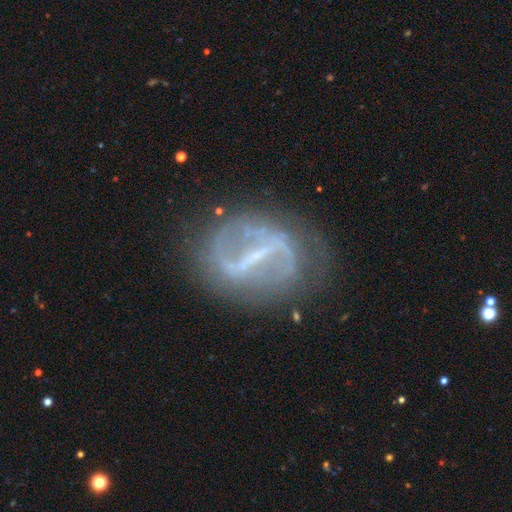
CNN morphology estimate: featured or disk 82%, smooth 10%, star or artifact 8%. Down the decision tree: edge-on disk — no (93%); bar — strong (77%); spiral arms — yes (65%); bulge size — small (59%); merging — none (66%).